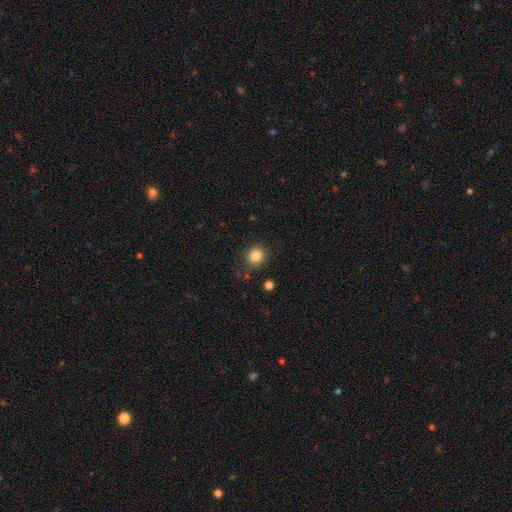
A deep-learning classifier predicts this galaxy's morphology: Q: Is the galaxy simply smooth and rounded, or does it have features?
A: smooth — 84%.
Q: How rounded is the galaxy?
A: round — 83%.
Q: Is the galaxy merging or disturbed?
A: none — 86%.